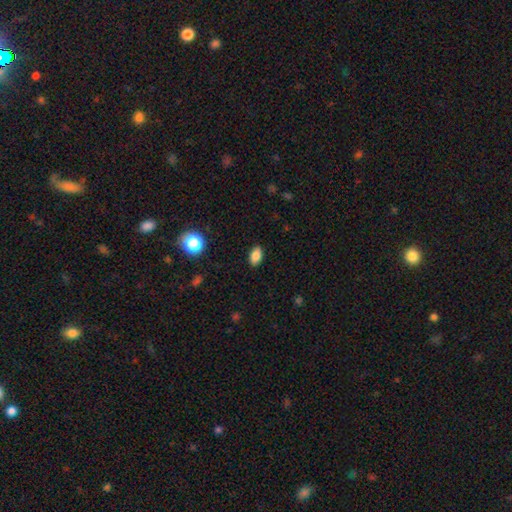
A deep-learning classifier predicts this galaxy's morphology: type=smooth (85%); roundness=in between (90%); merging=none (89%).